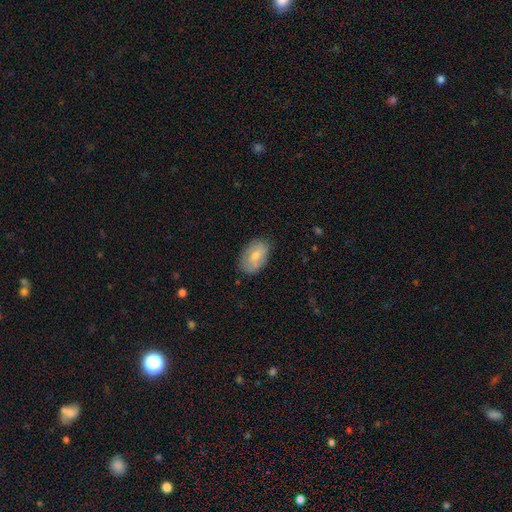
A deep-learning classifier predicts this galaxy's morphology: The model was most divided on "smooth or featured": smooth: 65%, featured or disk: 29%, star or artifact: 7%. More confident: how rounded — in between (89%); merging — none (74%).